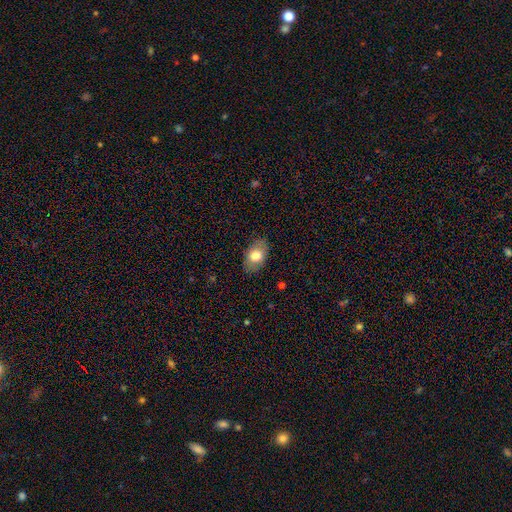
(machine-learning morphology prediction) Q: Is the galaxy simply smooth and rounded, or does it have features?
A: smooth — 77%.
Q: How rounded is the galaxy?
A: in between — 87%.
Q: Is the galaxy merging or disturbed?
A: none — 84%.